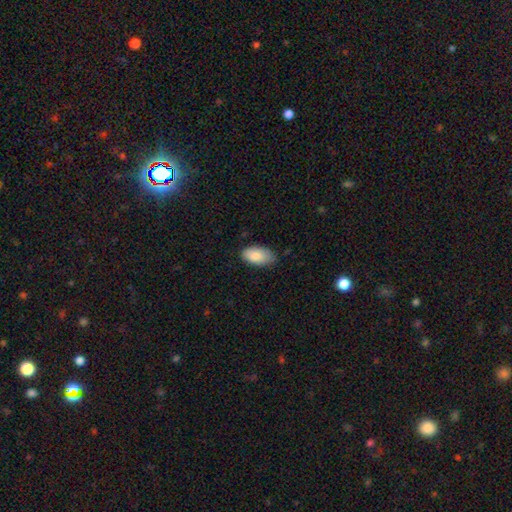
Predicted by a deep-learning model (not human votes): Smooth or featured? Predicted: smooth (p=0.87). How rounded? Predicted: in between (p=0.95). Merging? Predicted: none (p=0.72).